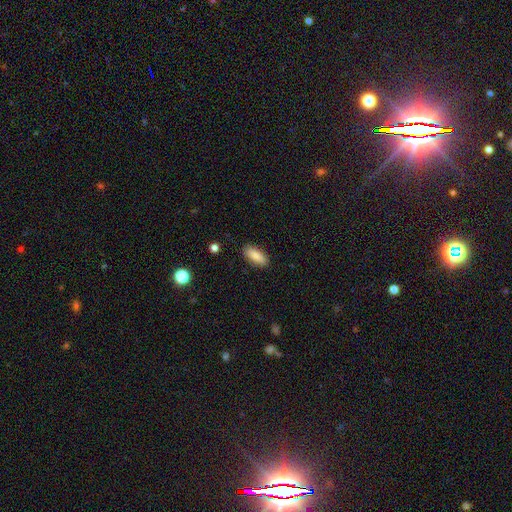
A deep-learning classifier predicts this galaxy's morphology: A smooth galaxy with no disk features (86%) that is in between round and cigar-shaped (82%). Merging: none (88%).